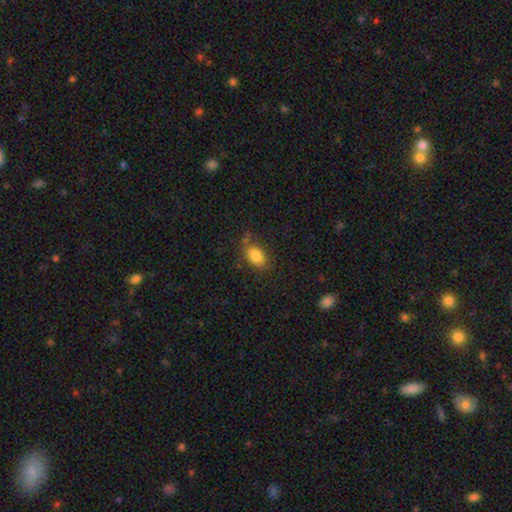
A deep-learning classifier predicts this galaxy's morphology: smooth_or_featured: smooth (p=0.83) [alt: star or artifact p=0.09]
how_rounded: in between (p=0.86) [alt: round p=0.11]
merging: none (p=0.70) [alt: minor disturbance p=0.19]